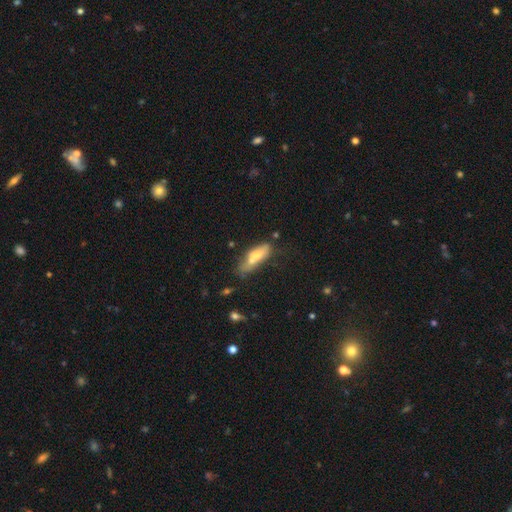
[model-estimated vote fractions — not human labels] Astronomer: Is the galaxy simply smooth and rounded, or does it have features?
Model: smooth — 56% (runner-up: featured or disk, 35%).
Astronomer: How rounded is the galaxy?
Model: in between — 50% (runner-up: cigar-shaped, 48%).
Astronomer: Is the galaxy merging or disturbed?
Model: none — 45% (runner-up: minor disturbance, 28%).